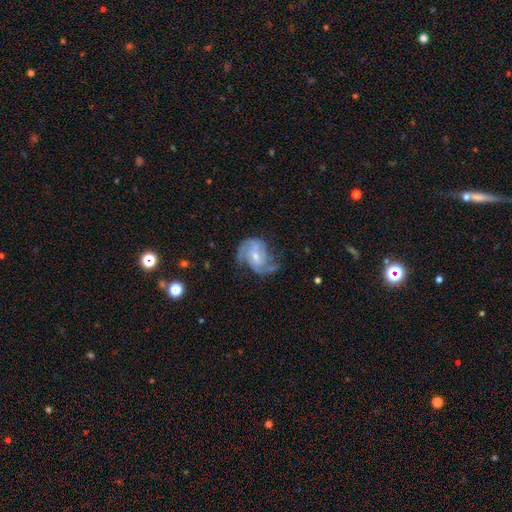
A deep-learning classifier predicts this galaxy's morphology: smooth_or_featured: featured or disk (p=0.83) [alt: smooth p=0.12]
disk_edge_on: no (p=0.98) [alt: yes p=0.02]
bar: weak (p=0.48) [alt: no p=0.39]
has_spiral_arms: yes (p=0.93) [alt: no p=0.07]
spiral_winding: medium (p=0.47) [alt: tight p=0.32]
spiral_arm_count: 2 (p=0.59) [alt: 3 p=0.15]
bulge_size: small (p=0.49) [alt: moderate p=0.43]
merging: none (p=0.52) [alt: minor disturbance p=0.24]